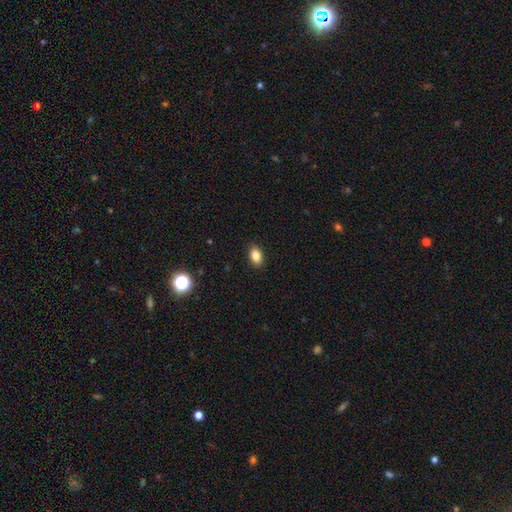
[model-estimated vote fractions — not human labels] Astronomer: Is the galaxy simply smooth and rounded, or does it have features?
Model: smooth — 84%.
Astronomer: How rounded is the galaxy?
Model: in between — 86%.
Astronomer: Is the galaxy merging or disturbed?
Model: none — 89%.